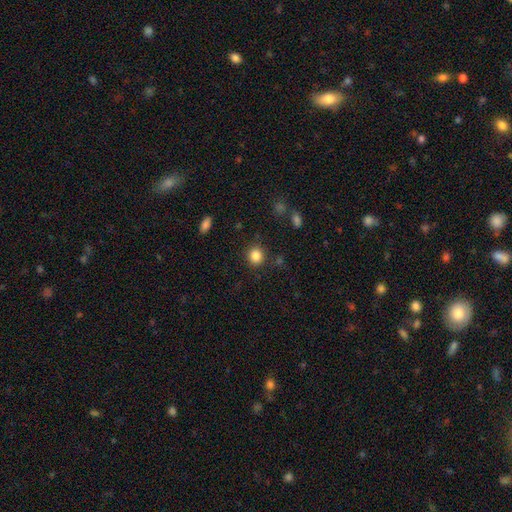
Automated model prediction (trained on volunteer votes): A smooth galaxy with no disk features (85%) that is round (86%).

Vote fractions:
- Smooth or featured? smooth: 85% / star or artifact: 11% / featured or disk: 4%
- How rounded? round: 86% / in between: 13% / cigar-shaped: 1%
- Merging? none: 87% / minor disturbance: 8% / major disturbance: 3% / merger: 2%